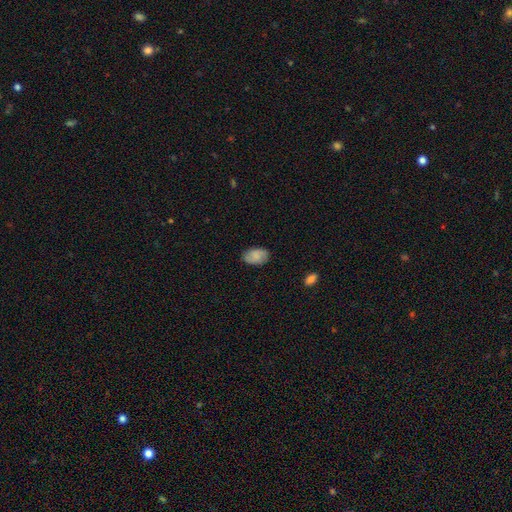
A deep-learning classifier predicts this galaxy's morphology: This appears to be a smooth galaxy with no disk features (75%) that is in between round and cigar-shaped (89%). Merging: none (83%).